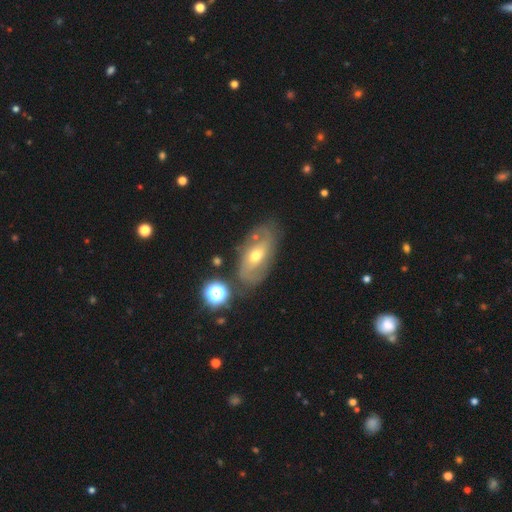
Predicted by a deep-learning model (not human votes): A featured or disk galaxy (68%) with no bar (48%), spiral arms (79%) and a moderate central bulge (65%). Merging: none (70%).